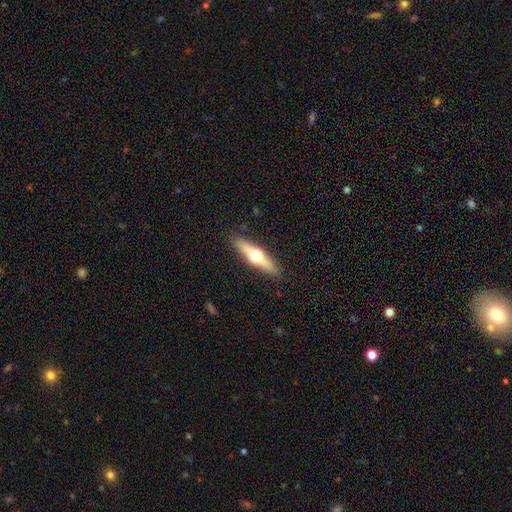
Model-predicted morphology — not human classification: Overall: featured or disk (59%; smooth 35%). Edge-on disk: yes (95%). Edge-on bulge: rounded (95%). Merging: none (89%).